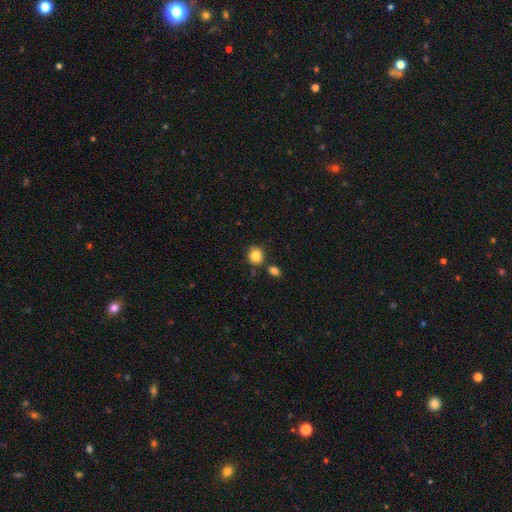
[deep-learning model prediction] smooth_or_featured: smooth (p=0.86) [alt: star or artifact p=0.09]
how_rounded: round (p=0.79) [alt: in between p=0.20]
merging: none (p=0.73) [alt: merger p=0.12]